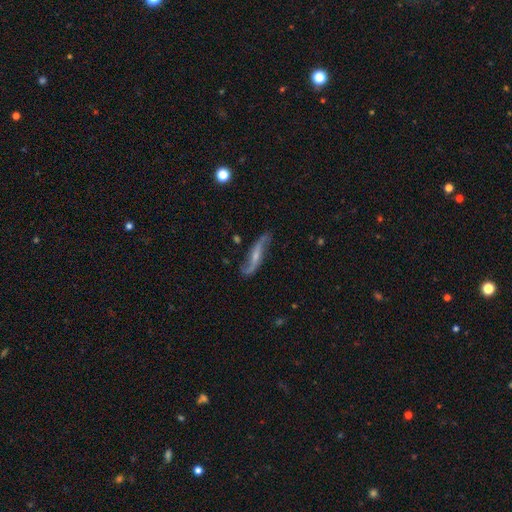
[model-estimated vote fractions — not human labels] featured or disk 83%, smooth 11%, star or artifact 6%. Down the decision tree: edge-on disk — no (82%); bar — weak (36%); spiral arms — yes (94%); spiral arm count — 2 (92%); spiral winding — loose (83%); bulge size — small (57%); merging — none (71%).